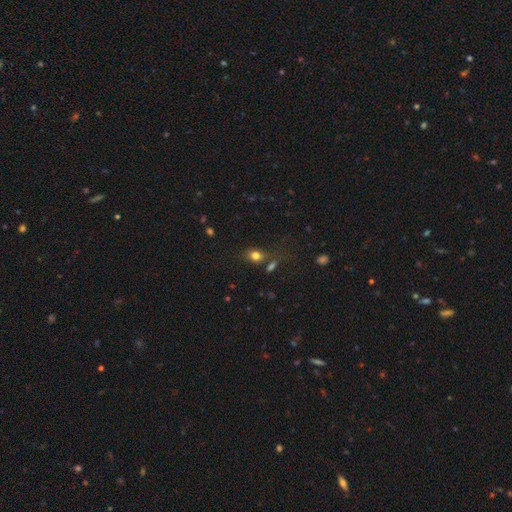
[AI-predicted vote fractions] smooth_or_featured: smooth (p=0.79) [alt: star or artifact p=0.13]
how_rounded: in between (p=0.62) [alt: round p=0.36]
merging: none (p=0.69) [alt: minor disturbance p=0.14]